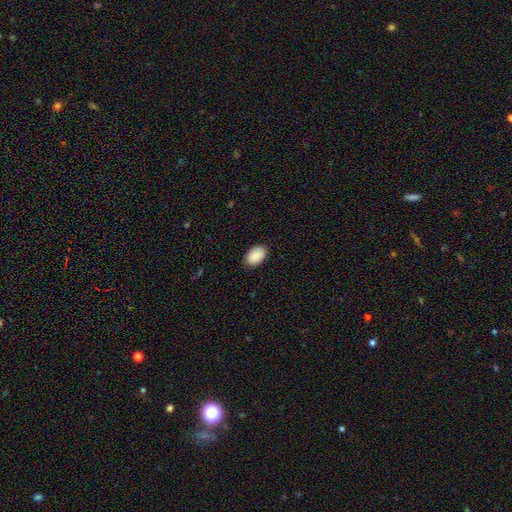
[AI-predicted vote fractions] smooth_or_featured: smooth (p=0.91) [alt: star or artifact p=0.06]
how_rounded: in between (p=0.91) [alt: round p=0.07]
merging: none (p=0.89) [alt: minor disturbance p=0.08]